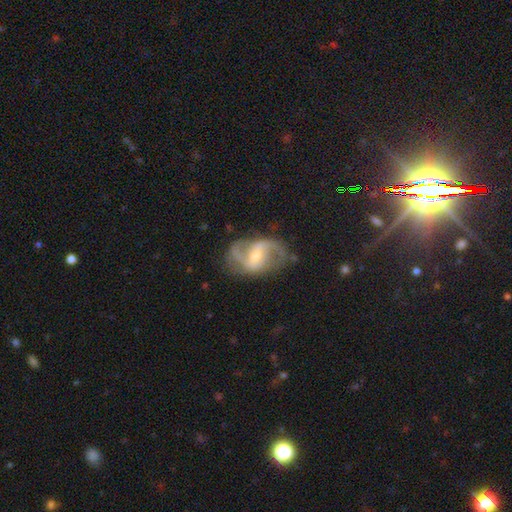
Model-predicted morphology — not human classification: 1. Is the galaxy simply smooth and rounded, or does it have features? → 85% featured or disk, 9% smooth, 6% star or artifact.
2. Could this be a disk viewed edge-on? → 97% no, 3% yes.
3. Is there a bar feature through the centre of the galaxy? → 50% weak, 28% strong, 22% no.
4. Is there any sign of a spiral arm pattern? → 94% yes, 6% no.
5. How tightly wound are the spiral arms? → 46% medium, 41% loose, 12% tight.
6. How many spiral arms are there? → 86% 2, 5% can't tell, 4% 3, 3% 1, 1% 4, 1% more than 4.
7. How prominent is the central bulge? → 47% moderate (tied), 47% small (tied), 3% large, 2% none, 1% dominant.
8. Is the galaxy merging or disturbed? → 68% none, 19% minor disturbance, 11% major disturbance, 2% merger.